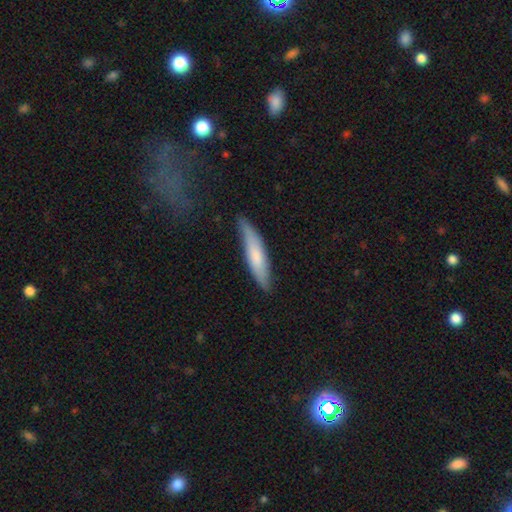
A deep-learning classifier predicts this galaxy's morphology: Smooth or featured: smooth — 69% (featured or disk — 26%)
How rounded: cigar-shaped — 83% (in between — 15%)
Merging: none — 77% (minor disturbance — 18%)